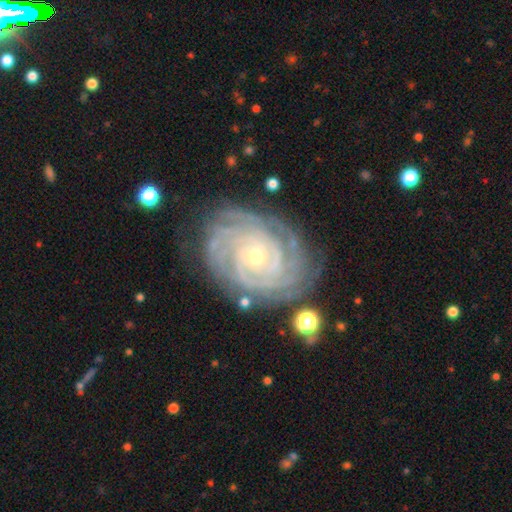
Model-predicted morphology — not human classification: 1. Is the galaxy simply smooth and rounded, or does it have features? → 91% featured or disk, 5% star or artifact, 4% smooth.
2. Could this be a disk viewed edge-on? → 97% no, 3% yes.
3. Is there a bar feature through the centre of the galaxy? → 74% no, 18% weak, 8% strong.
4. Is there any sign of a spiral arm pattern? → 98% yes, 2% no.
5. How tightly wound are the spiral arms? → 85% tight, 13% medium, 2% loose.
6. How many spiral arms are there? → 28% 4, 19% more than 4, 18% can't tell, 17% 3, 11% 2, 7% 1.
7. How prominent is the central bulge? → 74% small, 24% moderate, 1% large, 1% none, 1% dominant.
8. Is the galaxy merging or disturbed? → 80% none, 14% minor disturbance, 4% major disturbance, 2% merger.